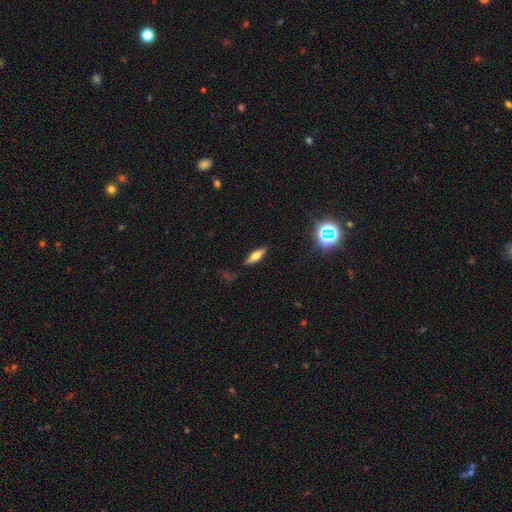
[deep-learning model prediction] Overall: smooth (46%; featured or disk 44%). Merging: none (84%).